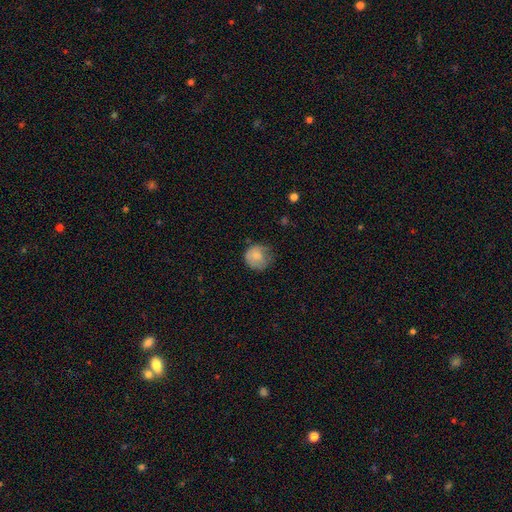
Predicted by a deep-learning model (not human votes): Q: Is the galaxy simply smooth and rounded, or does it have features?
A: smooth — 75%.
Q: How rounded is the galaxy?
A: round — 84%.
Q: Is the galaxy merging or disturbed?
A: none — 54%.